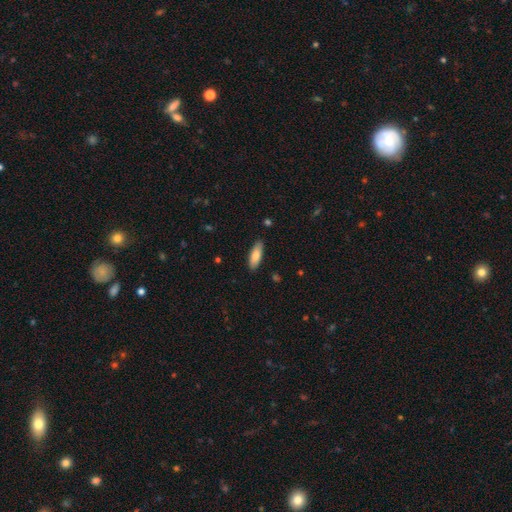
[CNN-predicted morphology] Smooth or featured: smooth — 81% (featured or disk — 13%)
How rounded: in between — 65% (cigar-shaped — 33%)
Merging: none — 87% (minor disturbance — 10%)